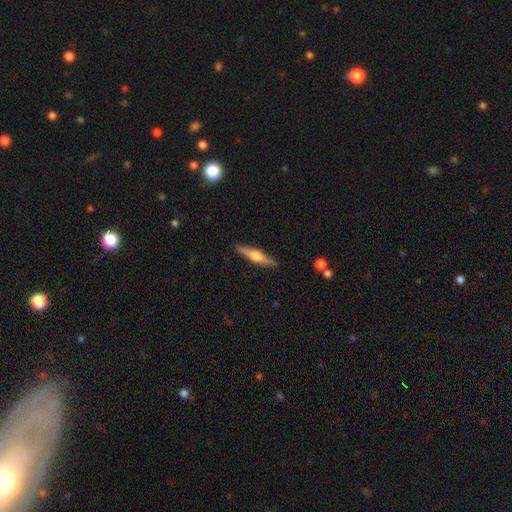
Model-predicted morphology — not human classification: type=featured or disk (60%); edge-on=yes (96%); edge-on bulge=rounded (90%); merging=none (89%).